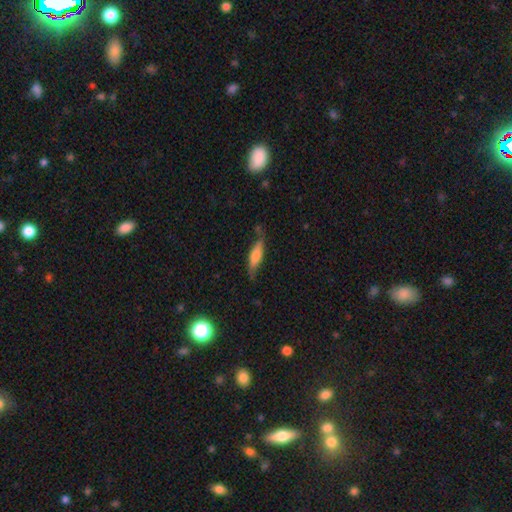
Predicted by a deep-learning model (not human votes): Q: Smooth or featured?
A: smooth (57%); runner-up: featured or disk (36%)
Q: How rounded?
A: cigar-shaped (62%); runner-up: in between (36%)
Q: Merging?
A: none (64%); runner-up: minor disturbance (26%)